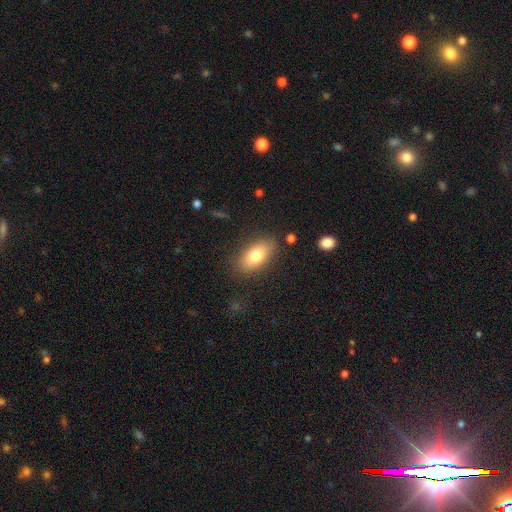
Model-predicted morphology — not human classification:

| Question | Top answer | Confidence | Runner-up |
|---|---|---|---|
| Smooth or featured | smooth | 78% | featured or disk (15%) |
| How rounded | in between | 89% | cigar-shaped (6%) |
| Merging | none | 83% | minor disturbance (12%) |